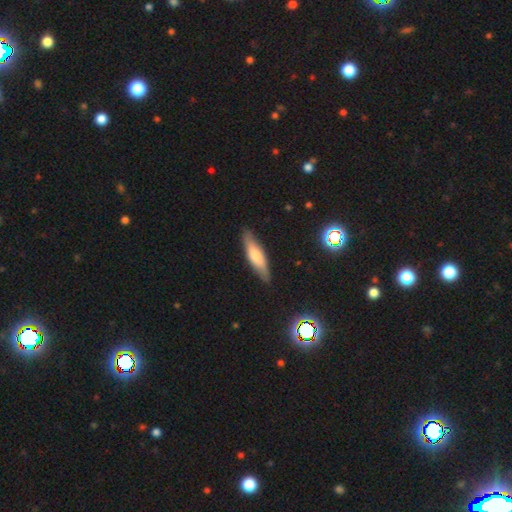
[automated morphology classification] Q: Smooth or featured?
A: smooth (62%); runner-up: featured or disk (32%)
Q: How rounded?
A: cigar-shaped (71%); runner-up: in between (28%)
Q: Merging?
A: none (86%); runner-up: minor disturbance (11%)